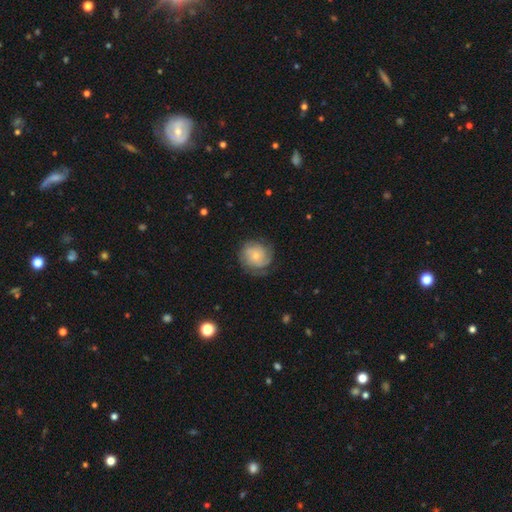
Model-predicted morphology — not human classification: smooth_or_featured: featured or disk (p=0.62) [alt: smooth p=0.31]
disk_edge_on: no (p=0.98) [alt: yes p=0.02]
bar: no (p=0.80) [alt: weak p=0.18]
has_spiral_arms: yes (p=0.89) [alt: no p=0.11]
spiral_winding: tight (p=0.59) [alt: medium p=0.29]
spiral_arm_count: can't tell (p=0.33) [alt: 2 p=0.29]
bulge_size: small (p=0.66) [alt: moderate p=0.28]
merging: none (p=0.69) [alt: minor disturbance p=0.20]